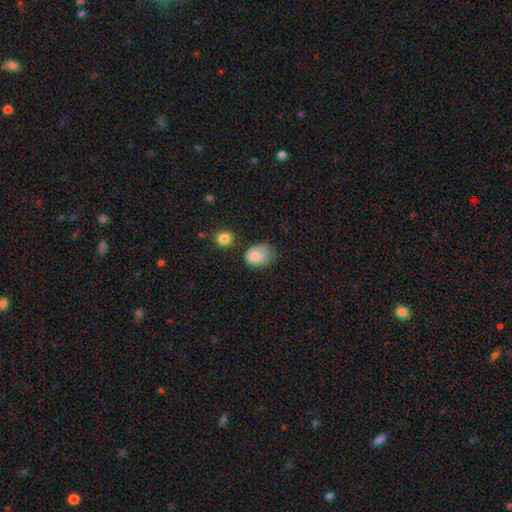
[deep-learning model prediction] smooth-or-featured: smooth: 83% | star or artifact: 9% | featured or disk: 8%
  how-rounded: in between: 66% | round: 33% | cigar-shaped: 1%
  merging: none: 43% | minor disturbance: 37% | major disturbance: 15% | merger: 5%